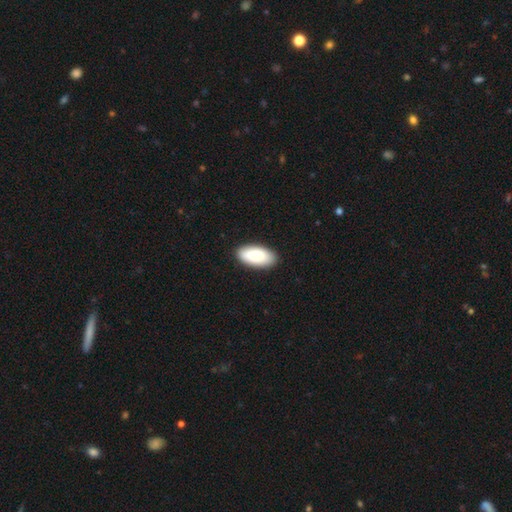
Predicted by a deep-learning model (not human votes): A smooth galaxy with no disk features (85%) that is in between round and cigar-shaped (93%). Merging: none (90%).